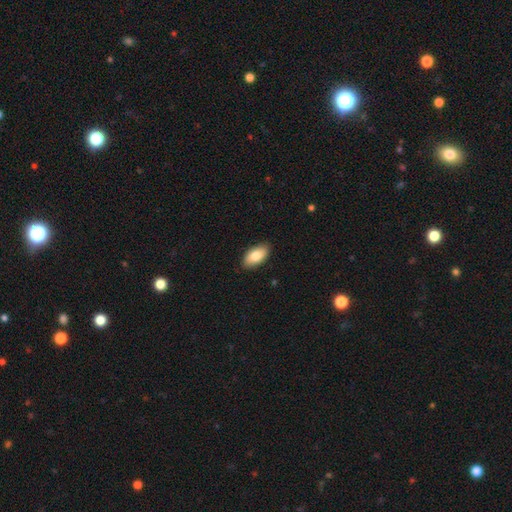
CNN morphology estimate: This is clearly a smooth galaxy (82%). How rounded: clearly in between (94%). Merging: clearly none (88%).